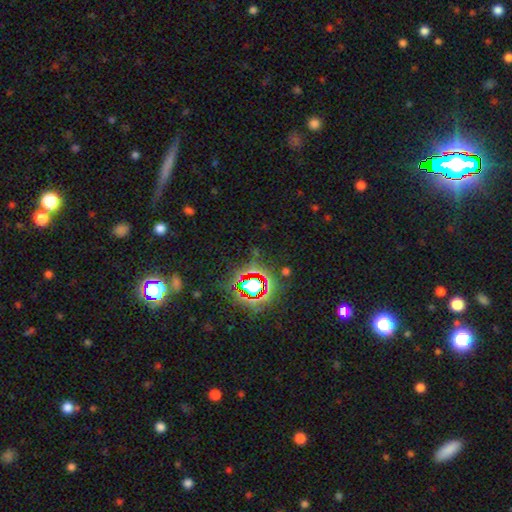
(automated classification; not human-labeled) smooth-or-featured: star or artifact: 74% | smooth: 17% | featured or disk: 9%